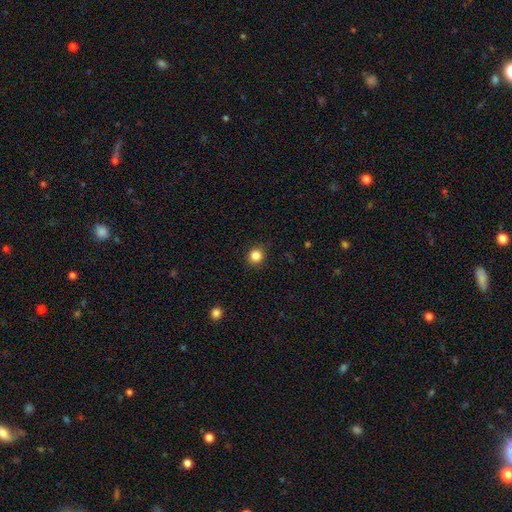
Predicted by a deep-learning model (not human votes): Overall: smooth (85%). How rounded: round (89%). Merging: none (89%).